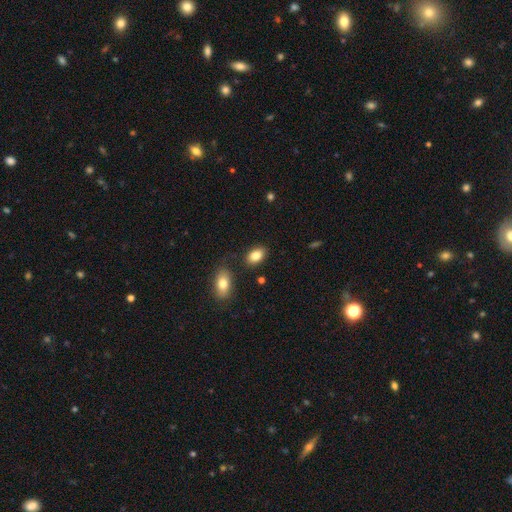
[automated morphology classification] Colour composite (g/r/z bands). It shows a smooth galaxy with no disk features (84%) that is in between round and cigar-shaped (88%). Merging: none (82%).